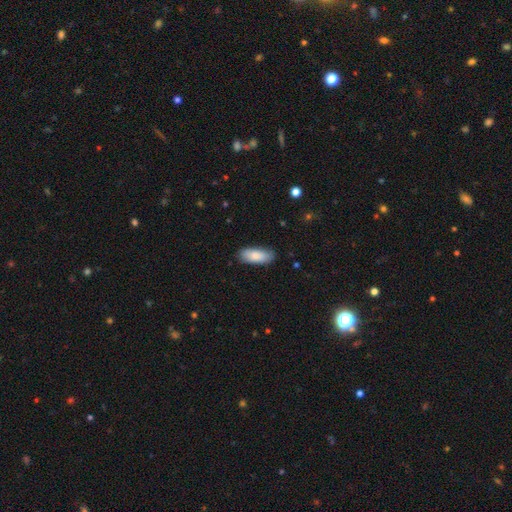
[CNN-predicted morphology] smooth-or-featured: smooth: 84% | featured or disk: 10% | star or artifact: 6%
  how-rounded: in between: 81% | cigar-shaped: 17% | round: 2%
  merging: none: 85% | minor disturbance: 12% | major disturbance: 2% | merger: 1%